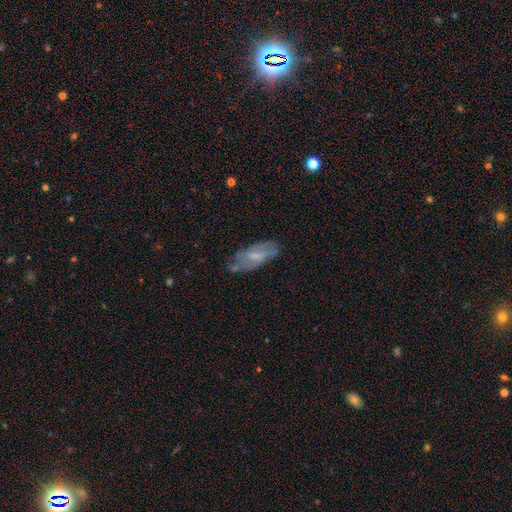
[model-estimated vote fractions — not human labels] smooth_or_featured: featured or disk (p=0.56) [alt: smooth p=0.37]
disk_edge_on: no (p=0.85) [alt: yes p=0.15]
merging: none (p=0.61) [alt: minor disturbance p=0.26]